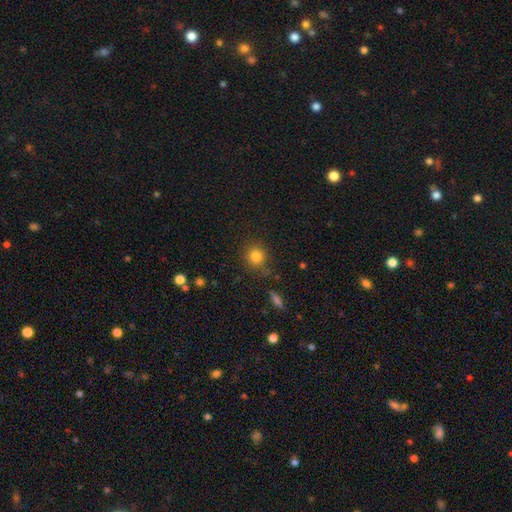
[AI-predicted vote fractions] Smooth or featured? smooth (82%)
How rounded? round (89%)
Merging? none (82%)